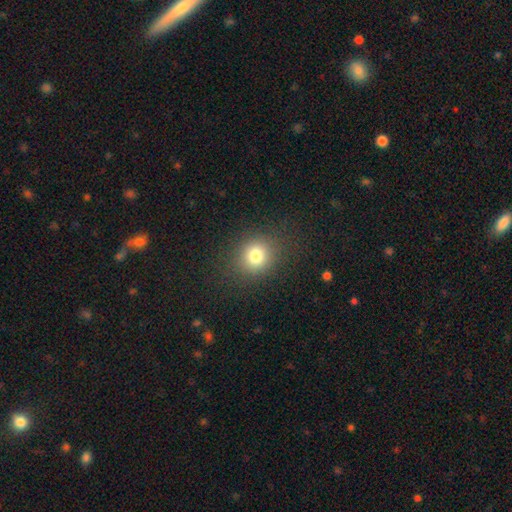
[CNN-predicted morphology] This appears to be a smooth galaxy with no disk features (79%) that is round (77%). Merging: none (86%).